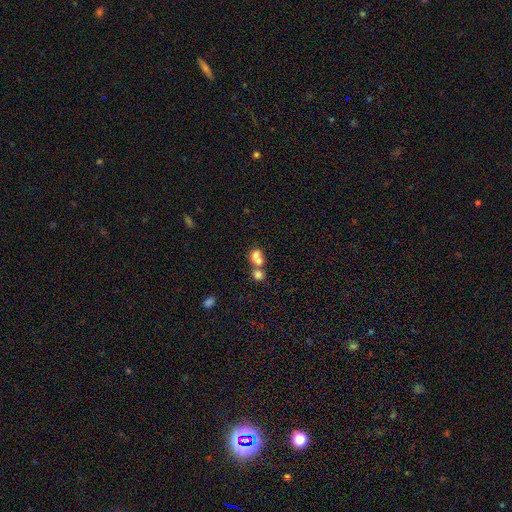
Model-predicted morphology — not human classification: This appears to be a smooth galaxy with no disk features (71%) that is round (63%). Merging: merger (68%).